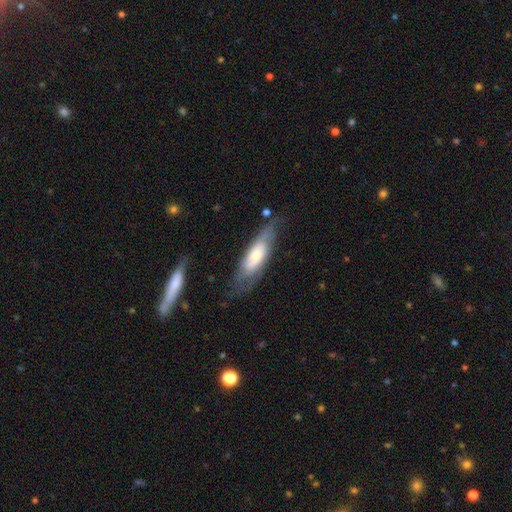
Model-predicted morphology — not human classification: smooth 47% (tied), featured or disk 47% (tied), star or artifact 6%. Down the decision tree: merging — none (61%).